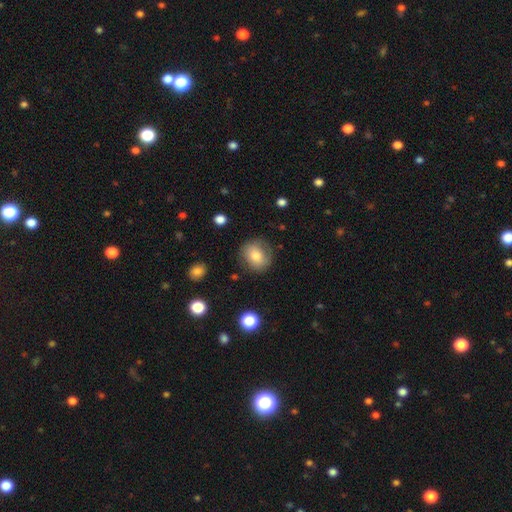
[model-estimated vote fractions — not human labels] This is likely a smooth galaxy (73%). How rounded: likely round (76%). Merging: likely none (77%).